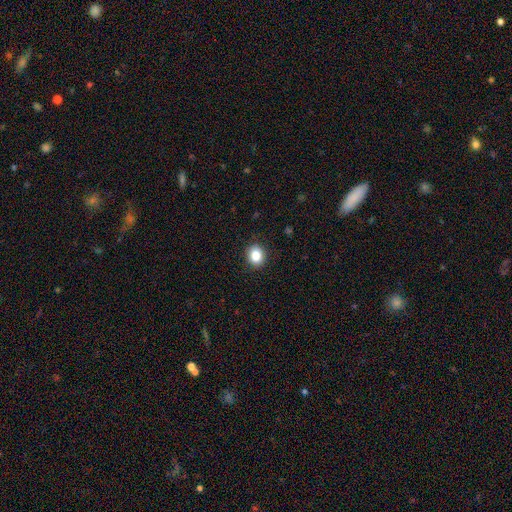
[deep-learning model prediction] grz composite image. It shows a smooth galaxy with no disk features (85%) that is round (68%). Merging: none (91%).